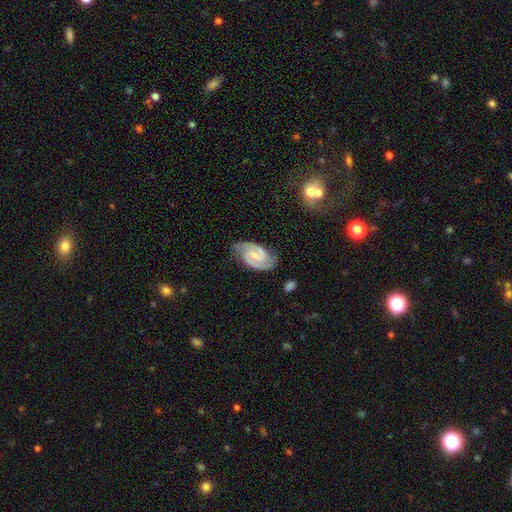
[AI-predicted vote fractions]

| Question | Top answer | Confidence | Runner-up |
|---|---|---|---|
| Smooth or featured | featured or disk | 89% | smooth (7%) |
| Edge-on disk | no | 98% | yes (2%) |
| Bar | weak | 51% | no (28%) |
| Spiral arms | yes | 98% | no (2%) |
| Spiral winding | medium | 49% | tight (42%) |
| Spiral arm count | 2 | 93% | can't tell (3%) |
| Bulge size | small | 45% | none (34%) |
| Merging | none | 79% | minor disturbance (16%) |